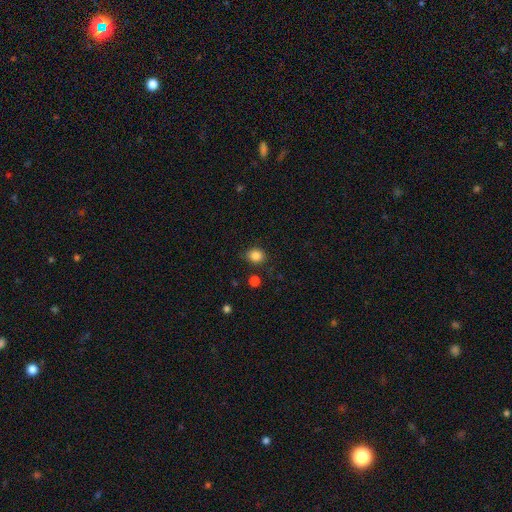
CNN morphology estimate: smooth 85%, star or artifact 11%, featured or disk 4%. Down the decision tree: how rounded — round (71%); merging — none (84%).